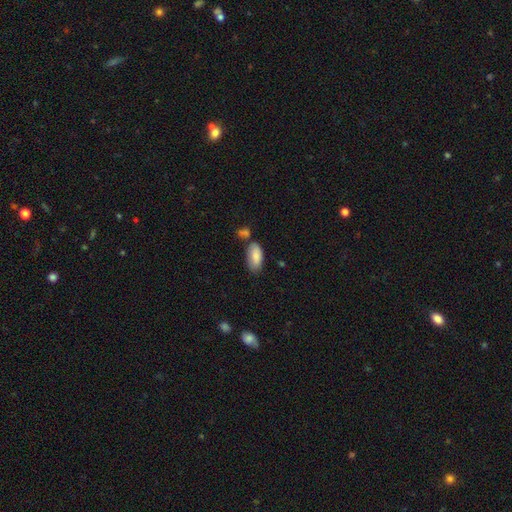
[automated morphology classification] This appears to be a smooth galaxy with no disk features (84%) that is in between round and cigar-shaped (92%). Merging: none (60%).